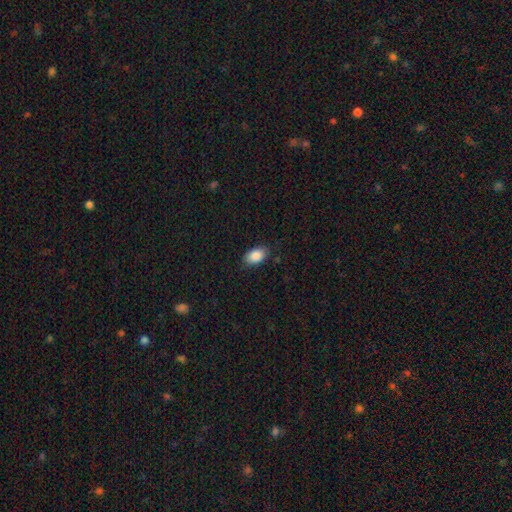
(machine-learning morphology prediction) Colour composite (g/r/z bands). It shows a smooth galaxy with no disk features (88%) that is in between round and cigar-shaped (91%). Merging: none (85%).